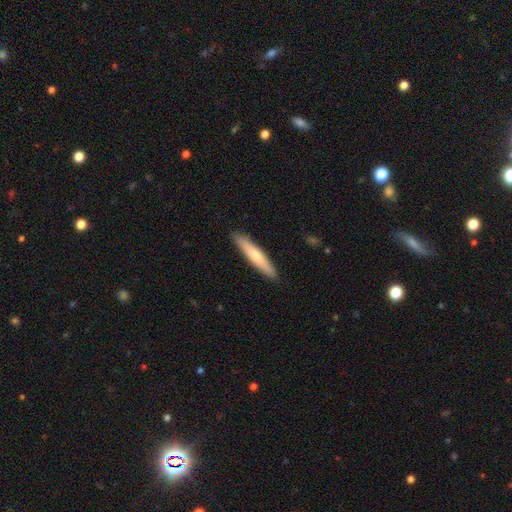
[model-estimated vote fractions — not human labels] Smooth or featured? Predicted: smooth (p=0.64). How rounded? Predicted: cigar-shaped (p=0.92). Merging? Predicted: none (p=0.90).